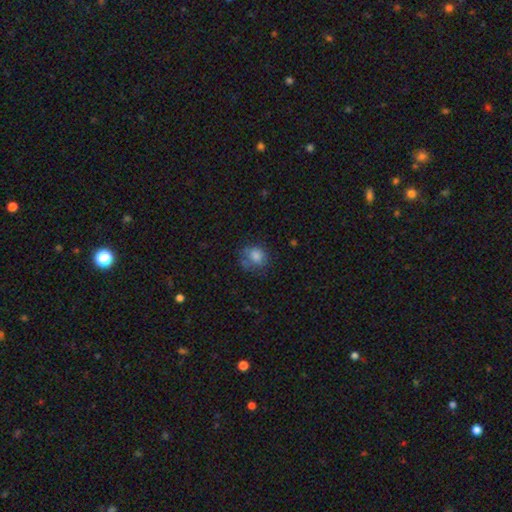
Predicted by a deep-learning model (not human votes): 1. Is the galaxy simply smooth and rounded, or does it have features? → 78% smooth, 11% star or artifact, 11% featured or disk.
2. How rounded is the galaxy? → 69% round, 30% in between, 1% cigar-shaped.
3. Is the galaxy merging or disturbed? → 57% none, 26% minor disturbance, 13% major disturbance, 4% merger.